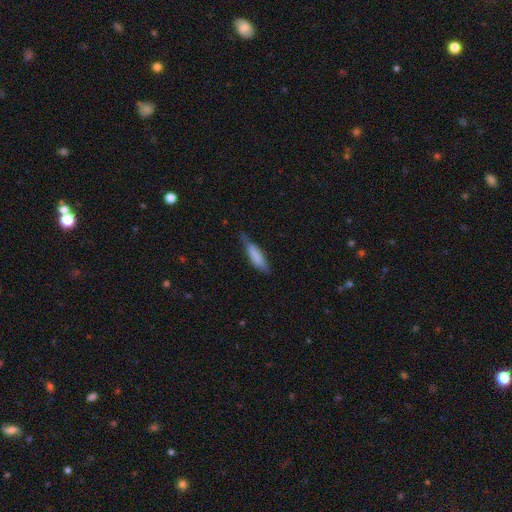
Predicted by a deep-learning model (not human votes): smooth-or-featured: smooth: 77% | featured or disk: 17% | star or artifact: 6%
  how-rounded: cigar-shaped: 68% | in between: 31% | round: 2%
  merging: none: 59% | minor disturbance: 31% | major disturbance: 8% | merger: 2%